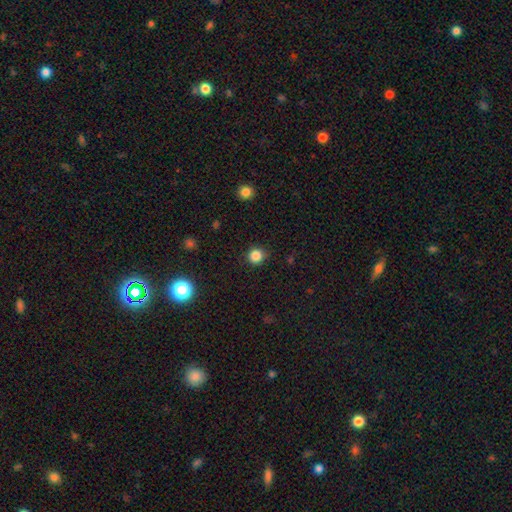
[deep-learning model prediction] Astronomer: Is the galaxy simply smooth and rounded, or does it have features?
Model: smooth — 85%.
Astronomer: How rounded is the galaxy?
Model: round — 93%.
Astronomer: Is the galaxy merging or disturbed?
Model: none — 89%.